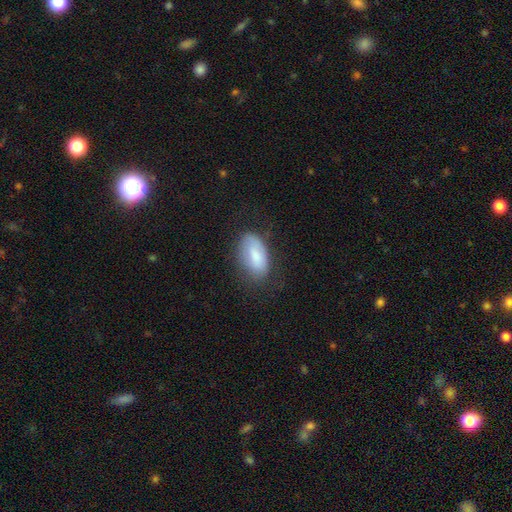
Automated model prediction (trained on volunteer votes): This is likely a smooth galaxy (77%). How rounded: clearly in between (93%). Merging: likely none (60%).